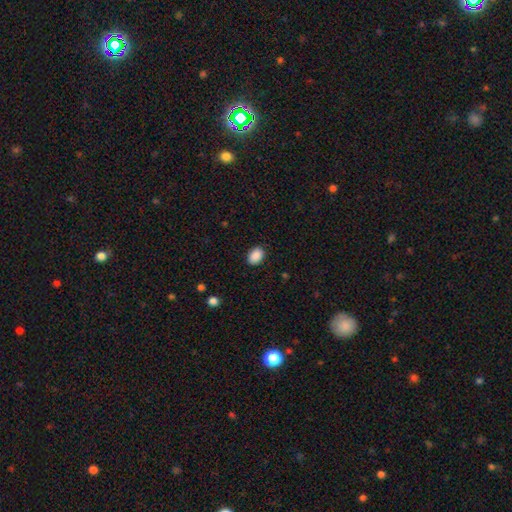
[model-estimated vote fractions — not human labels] This is clearly a smooth galaxy (90%). How rounded: clearly in between (80%). Merging: clearly none (88%).